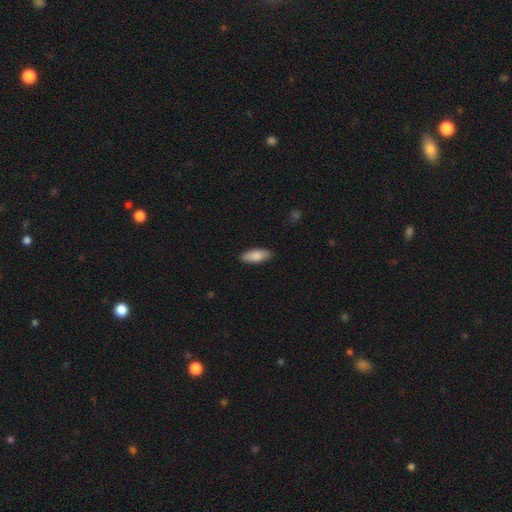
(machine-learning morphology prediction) Q: Smooth or featured?
A: smooth (87%); runner-up: featured or disk (8%)
Q: How rounded?
A: in between (80%); runner-up: cigar-shaped (18%)
Q: Merging?
A: none (89%); runner-up: minor disturbance (9%)